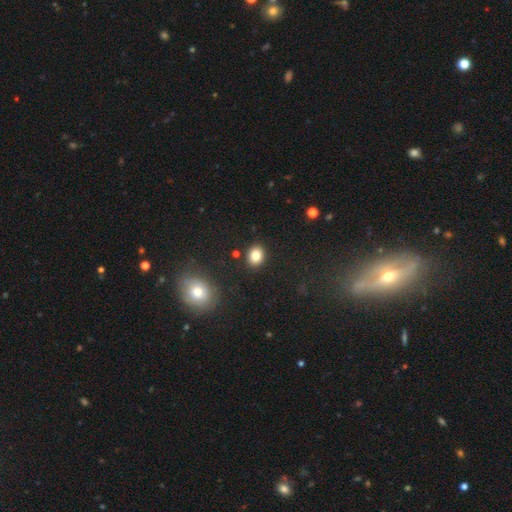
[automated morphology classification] Smooth or featured: smooth — 82% (star or artifact — 10%)
How rounded: in between — 50% (round — 49%)
Merging: none — 88% (minor disturbance — 7%)